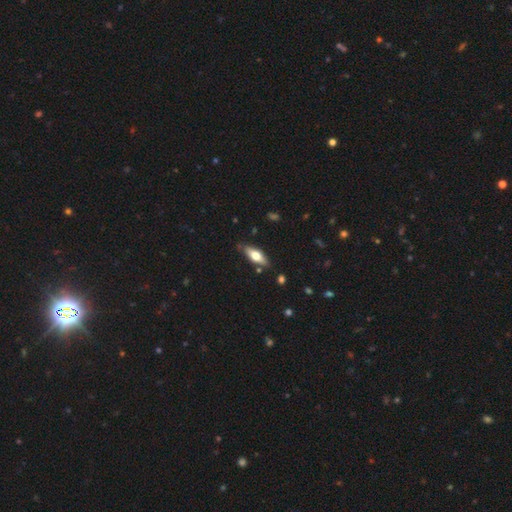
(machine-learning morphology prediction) A smooth galaxy with no disk features (52%) that is in between round and cigar-shaped (61%). Merging: none (83%).